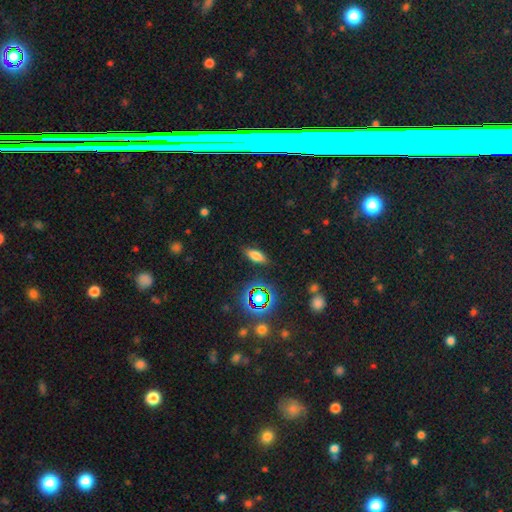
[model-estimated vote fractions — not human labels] Smooth or featured?
  - smooth: 71% *
  - star or artifact: 18%
  - featured or disk: 11%
How rounded?
  - in between: 72% *
  - cigar-shaped: 22%
  - round: 6%
Merging?
  - none: 85% *
  - minor disturbance: 10%
  - major disturbance: 3%
  - merger: 2%